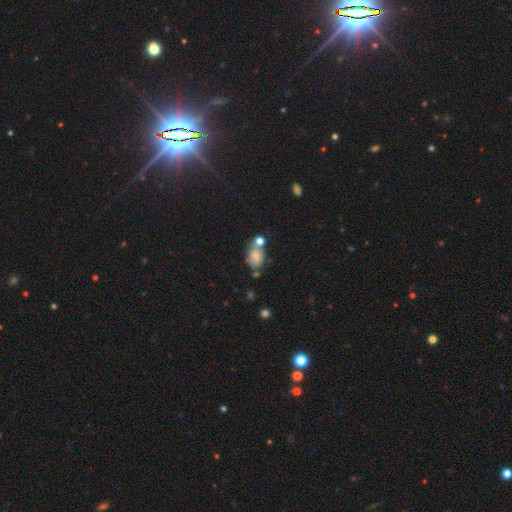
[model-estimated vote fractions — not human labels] Q: Smooth or featured?
A: smooth (75%); runner-up: featured or disk (14%)
Q: How rounded?
A: in between (81%); runner-up: round (17%)
Q: Merging?
A: none (48%); runner-up: merger (25%)